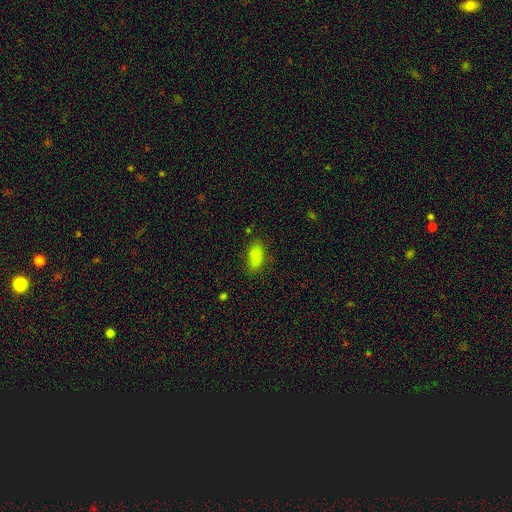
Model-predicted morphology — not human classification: smooth-or-featured: smooth: 84% | star or artifact: 9% | featured or disk: 7%
  how-rounded: in between: 87% | cigar-shaped: 9% | round: 4%
  merging: none: 74% | minor disturbance: 19% | major disturbance: 5% | merger: 2%